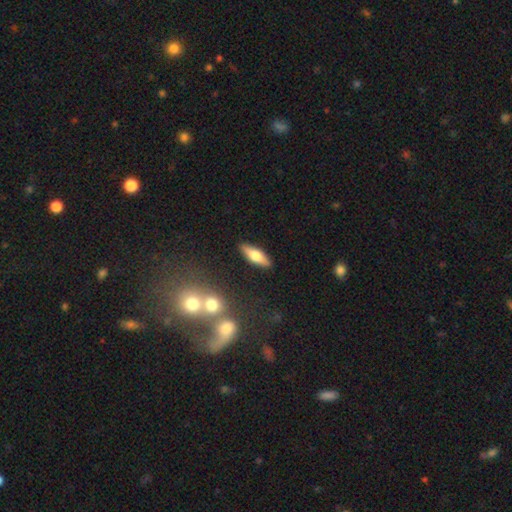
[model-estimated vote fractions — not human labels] smooth_or_featured: smooth (p=0.55) [alt: featured or disk p=0.39]
how_rounded: cigar-shaped (p=0.49) [alt: in between p=0.48]
merging: none (p=0.88) [alt: minor disturbance p=0.08]